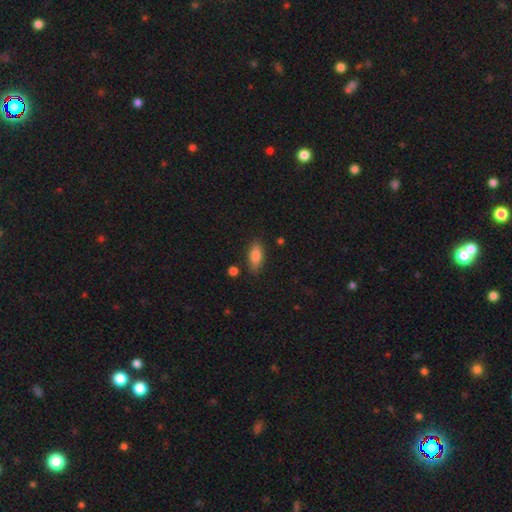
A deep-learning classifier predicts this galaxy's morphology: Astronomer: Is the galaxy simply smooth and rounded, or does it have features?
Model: smooth — 83%.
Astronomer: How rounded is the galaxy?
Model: in between — 81%.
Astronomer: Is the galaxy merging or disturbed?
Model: none — 82%.